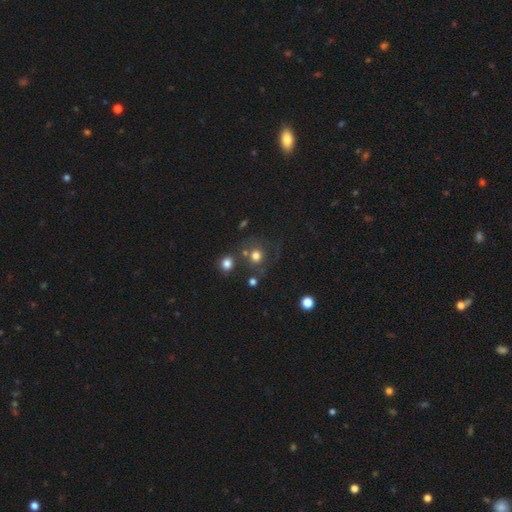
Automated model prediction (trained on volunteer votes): Overall: smooth (71%). How rounded: round (88%). Merging: none (63%).